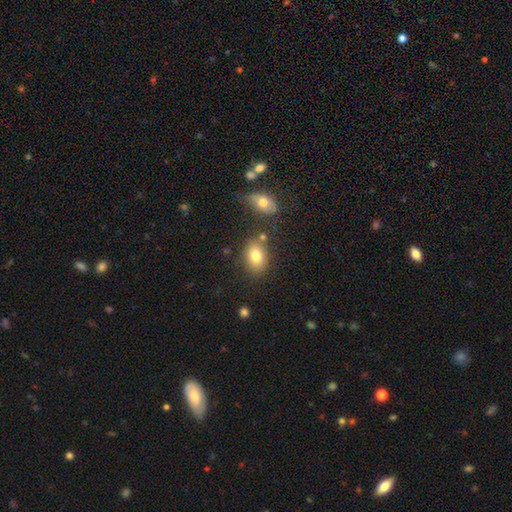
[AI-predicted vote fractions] The model was most divided on "how rounded": in between: 77%, round: 21%, cigar-shaped: 1%. More confident: smooth or featured — smooth (79%); merging — none (71%).